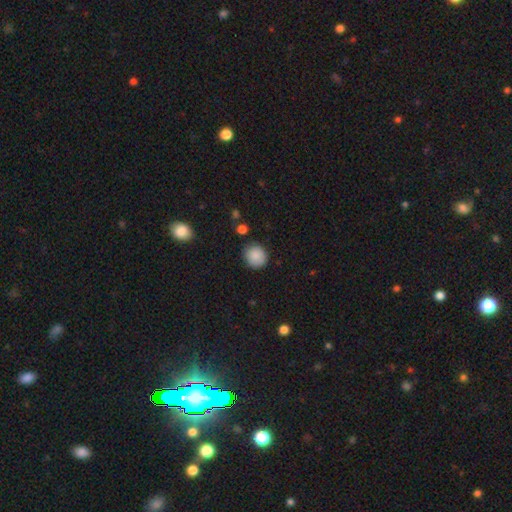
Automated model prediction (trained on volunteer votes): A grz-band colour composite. It shows a smooth galaxy with no disk features (88%) that is round (86%). Merging: none (85%).